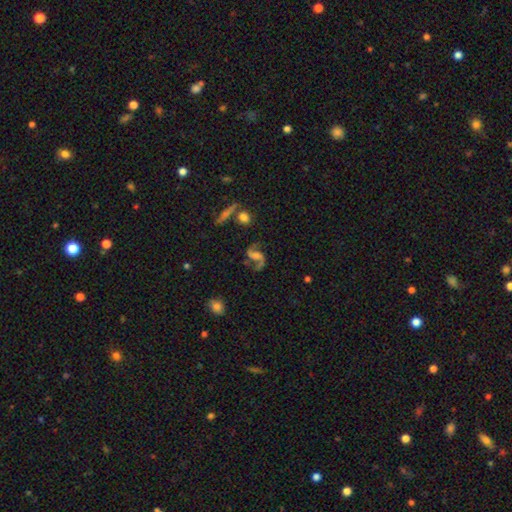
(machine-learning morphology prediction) Overall: featured or disk (89%). Edge-on disk: no (97%). Bar: weak (43%; no 38%). Spiral arms: yes (97%). Spiral arm count: 2 (93%). Spiral winding: loose (59%; medium 35%). Bulge size: none (35%; moderate 28%). Merging: none (73%).